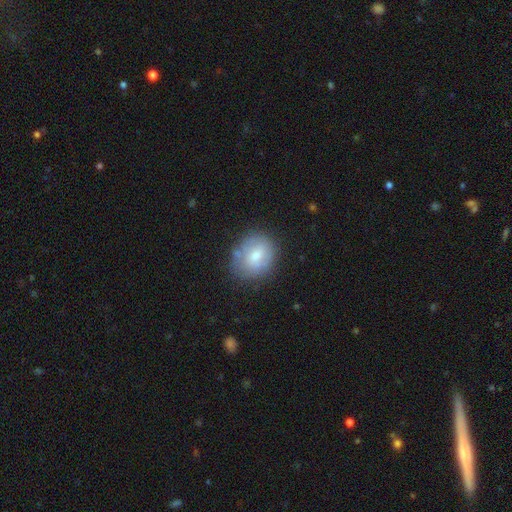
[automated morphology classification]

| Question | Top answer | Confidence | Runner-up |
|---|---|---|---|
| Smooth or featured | smooth | 65% | featured or disk (27%) |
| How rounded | round | 58% | in between (41%) |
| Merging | none | 66% | minor disturbance (22%) |